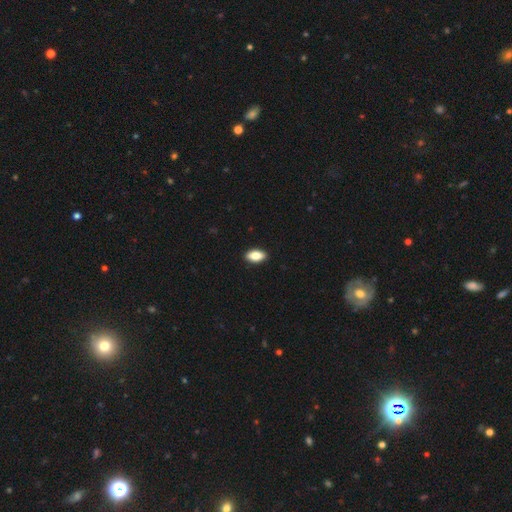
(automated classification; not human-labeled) smooth 83%, featured or disk 10%, star or artifact 7%. Down the decision tree: how rounded — in between (91%); merging — none (90%).